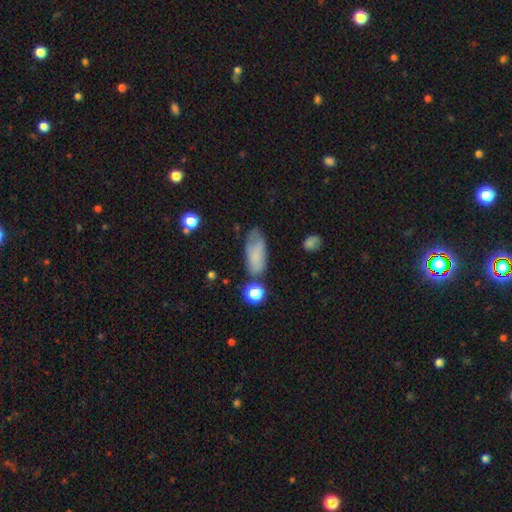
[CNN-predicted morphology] The model was most divided on "merging": none: 55%, minor disturbance: 28%, major disturbance: 11%, merger: 6%. More confident: how rounded — in between (83%); smooth or featured — smooth (74%).